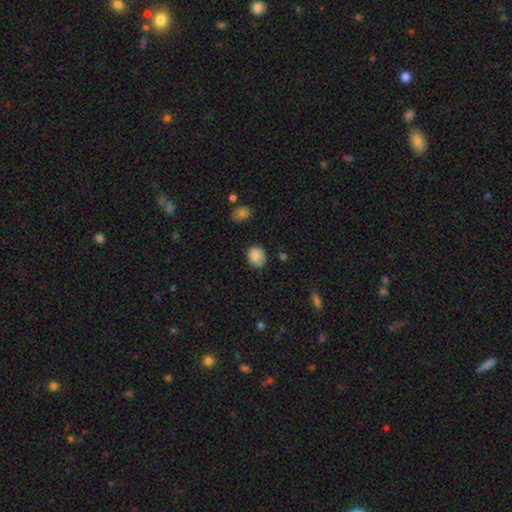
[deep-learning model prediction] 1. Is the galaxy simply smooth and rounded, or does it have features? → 86% smooth, 8% star or artifact, 6% featured or disk.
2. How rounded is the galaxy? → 65% round, 34% in between, 1% cigar-shaped.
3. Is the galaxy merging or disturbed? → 81% none, 15% minor disturbance, 3% major disturbance, 2% merger.